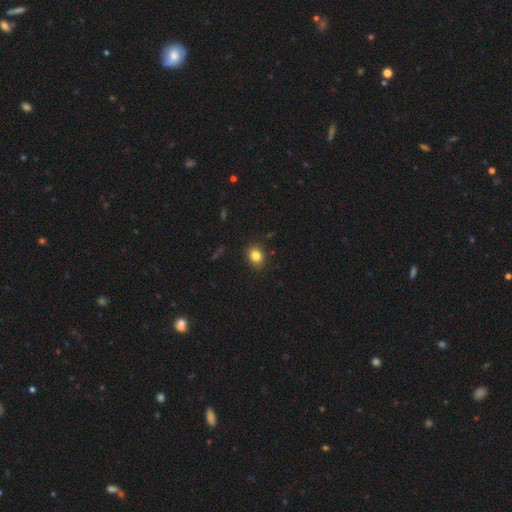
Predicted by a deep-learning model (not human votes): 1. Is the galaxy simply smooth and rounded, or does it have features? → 83% smooth, 11% star or artifact, 6% featured or disk.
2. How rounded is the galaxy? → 56% round, 43% in between, 1% cigar-shaped.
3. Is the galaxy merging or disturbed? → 87% none, 10% minor disturbance, 2% major disturbance, 1% merger.